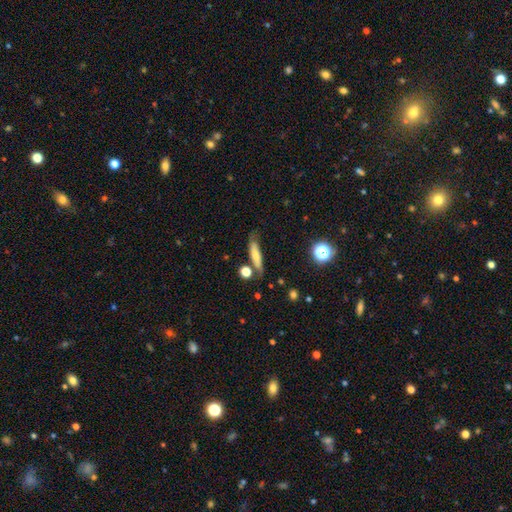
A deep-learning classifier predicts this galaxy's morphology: A smooth galaxy with no disk features (65%) that is cigar-shaped (71%). Merging: none (57%).